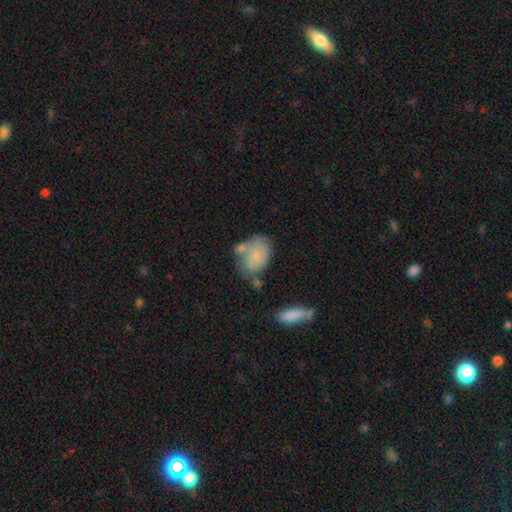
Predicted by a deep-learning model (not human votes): This appears to be a smooth galaxy with no disk features (70%) that is in between round and cigar-shaped (80%). Merging: none (44%).